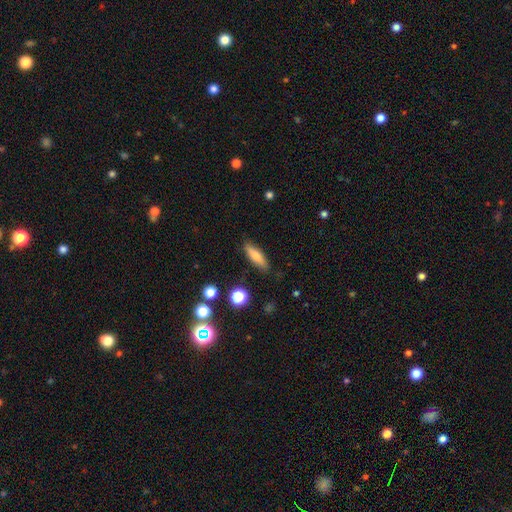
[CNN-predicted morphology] Overall: smooth (67%). How rounded: cigar-shaped (59%; in between 38%). Merging: none (85%).